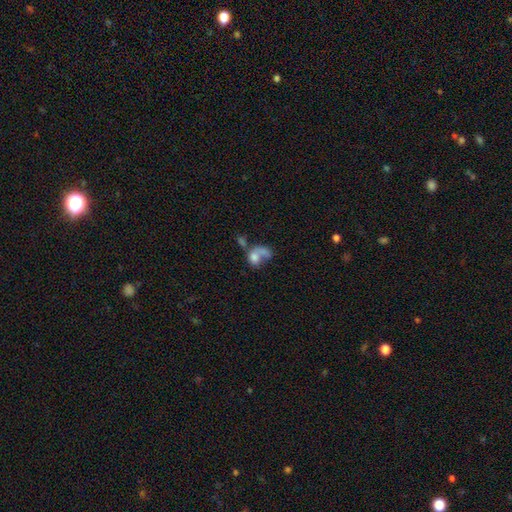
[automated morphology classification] The model was most divided on "merging": merger: 45%, major disturbance: 27%, none: 18%, minor disturbance: 10%. More confident: smooth or featured — smooth (61%); how rounded — in between (61%).